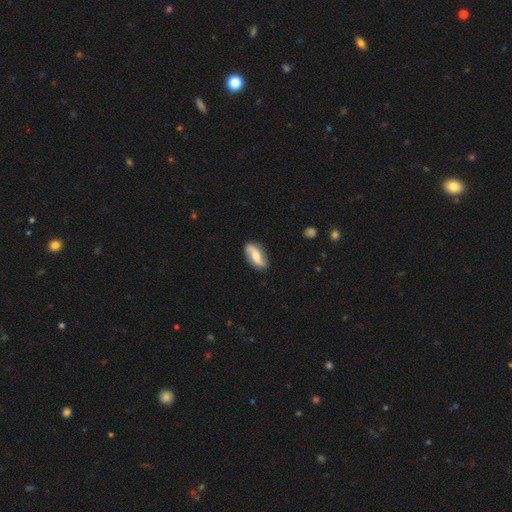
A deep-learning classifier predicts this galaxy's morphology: This appears to be a featured or disk galaxy (67%) with no bar (39%), 2 (92%) loose (69%) spiral arms (92%) and a moderate central bulge (56%). Merging: none (85%).